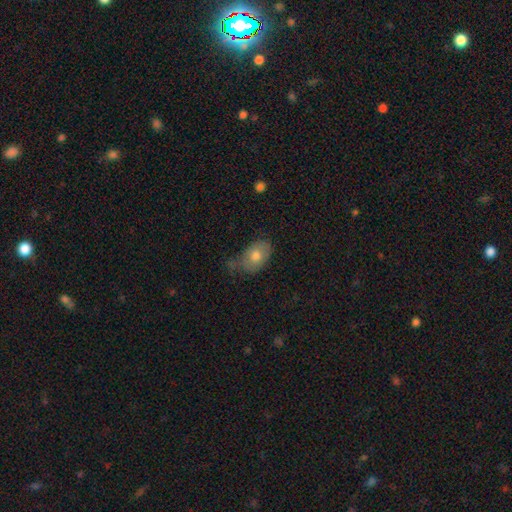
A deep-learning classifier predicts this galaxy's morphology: Smooth or featured? Predicted: smooth (p=0.72). How rounded? Predicted: in between (p=0.85). Merging? Predicted: none (p=0.46).